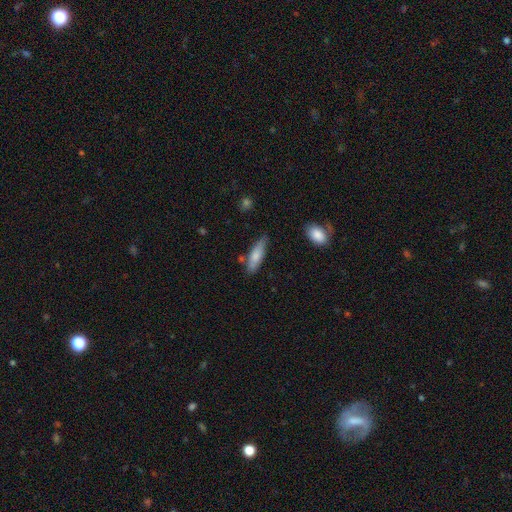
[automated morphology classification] smooth 75%, featured or disk 19%, star or artifact 6%. Down the decision tree: how rounded — cigar-shaped (53%); merging — none (69%).